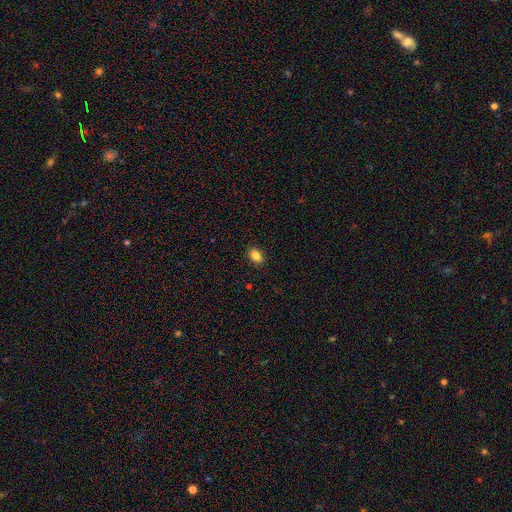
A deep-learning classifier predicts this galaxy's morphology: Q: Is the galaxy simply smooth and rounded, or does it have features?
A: smooth — 86%.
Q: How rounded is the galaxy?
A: in between — 81%.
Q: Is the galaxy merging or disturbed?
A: none — 90%.